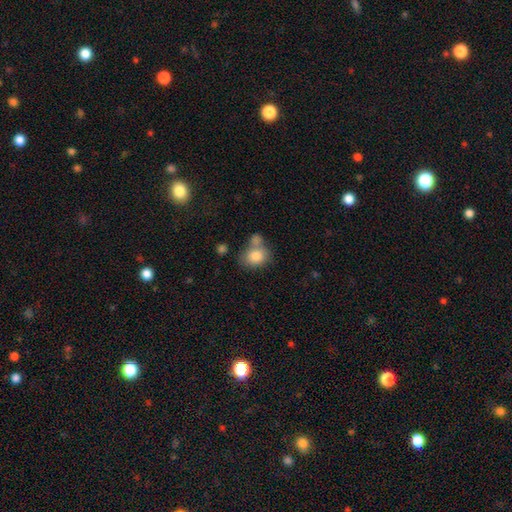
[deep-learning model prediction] Smooth or featured: smooth — 82% (featured or disk — 10%)
How rounded: in between — 53% (round — 46%)
Merging: none — 47% (merger — 32%)